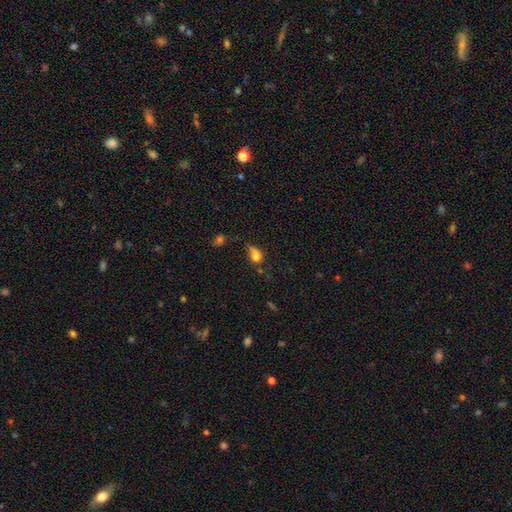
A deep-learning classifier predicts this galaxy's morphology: Smooth or featured?
  - smooth: 72% *
  - featured or disk: 14%
  - star or artifact: 14%
How rounded?
  - in between: 55% *
  - round: 41%
  - cigar-shaped: 3%
Merging?
  - none: 30% *
  - minor disturbance: 28%
  - major disturbance: 27%
  - merger: 15%